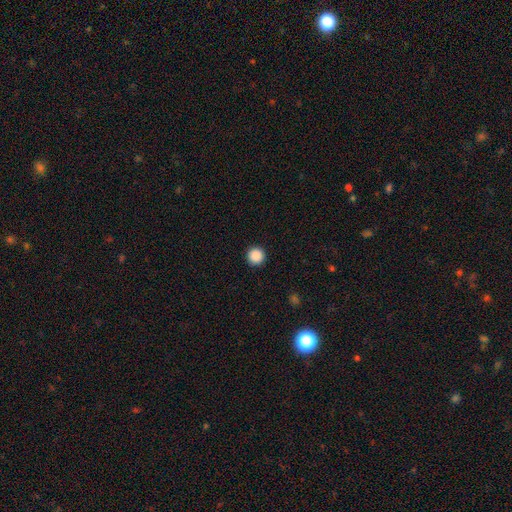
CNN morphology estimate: The model was most divided on "smooth or featured": smooth: 89%, star or artifact: 9%, featured or disk: 2%. More confident: how rounded — round (96%); merging — none (93%).